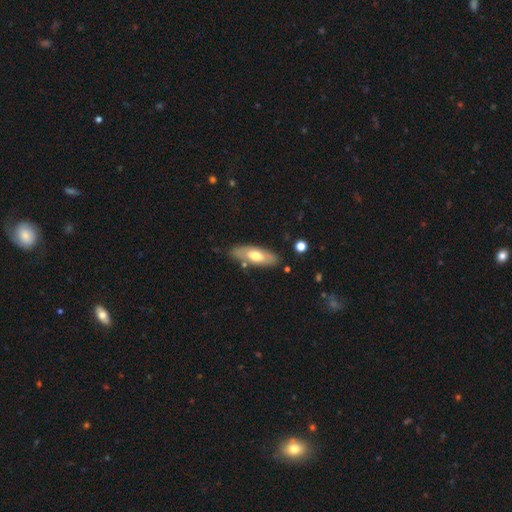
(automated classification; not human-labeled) Smooth or featured: smooth — 54% (featured or disk — 40%)
How rounded: in between — 70% (cigar-shaped — 27%)
Merging: none — 80% (minor disturbance — 14%)